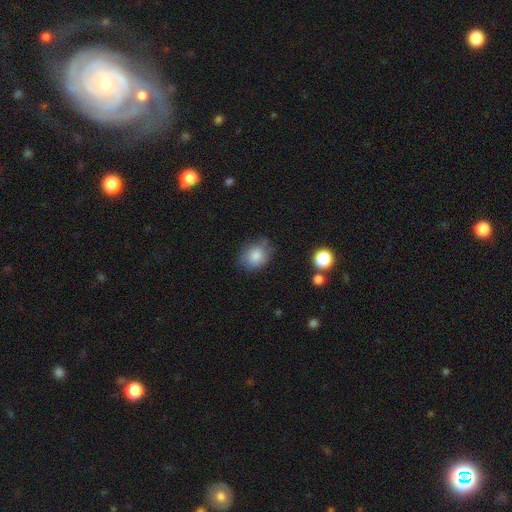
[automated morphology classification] smooth_or_featured: smooth (p=0.82) [alt: star or artifact p=0.09]
how_rounded: in between (p=0.52) [alt: round p=0.47]
merging: none (p=0.68) [alt: minor disturbance p=0.24]